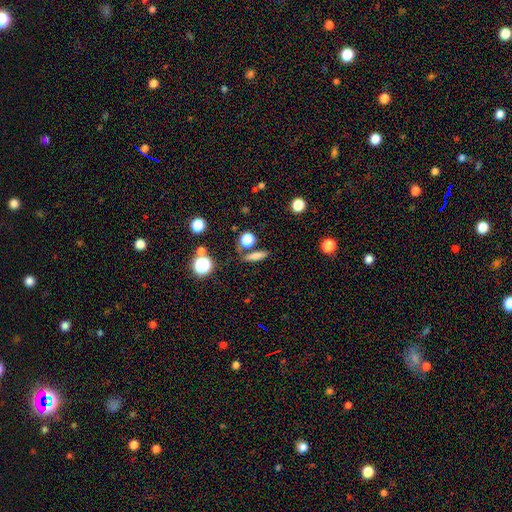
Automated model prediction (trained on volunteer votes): Smooth or featured? Predicted: smooth (p=0.72). How rounded? Predicted: cigar-shaped (p=0.55). Merging? Predicted: none (p=0.75).